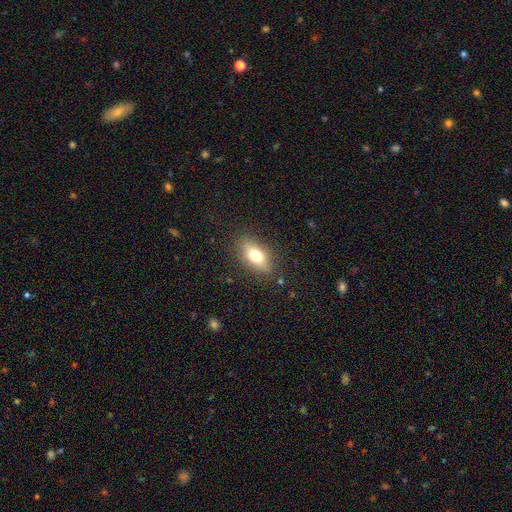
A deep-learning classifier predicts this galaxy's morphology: Smooth or featured? Predicted: smooth (p=0.72). How rounded? Predicted: in between (p=0.83). Merging? Predicted: none (p=0.83).